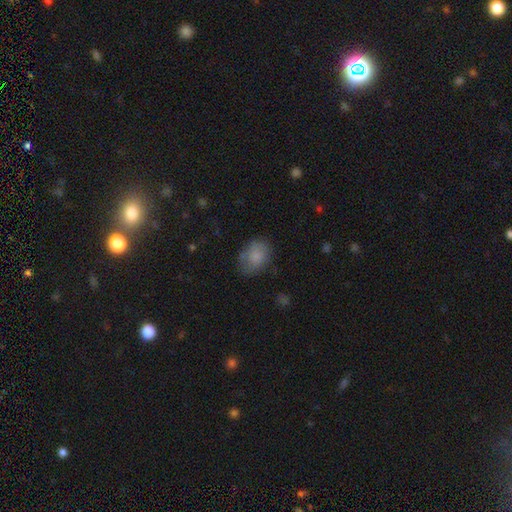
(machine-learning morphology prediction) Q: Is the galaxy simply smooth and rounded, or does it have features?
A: smooth — 81%.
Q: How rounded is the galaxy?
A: in between — 70%.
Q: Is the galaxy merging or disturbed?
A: none — 66%.